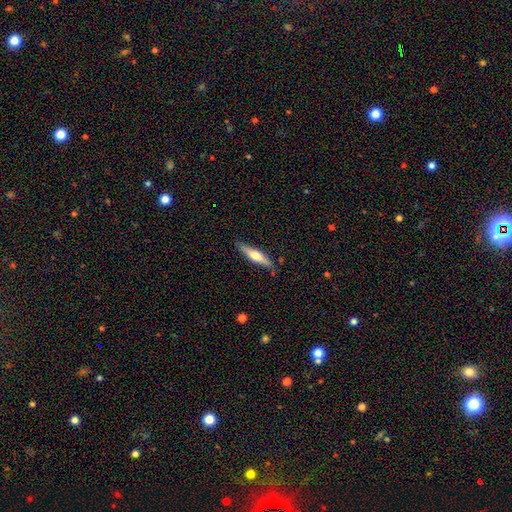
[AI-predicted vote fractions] Q: Smooth or featured?
A: smooth (50%); runner-up: featured or disk (44%)
Q: How rounded?
A: cigar-shaped (79%); runner-up: in between (19%)
Q: Merging?
A: none (80%); runner-up: minor disturbance (15%)